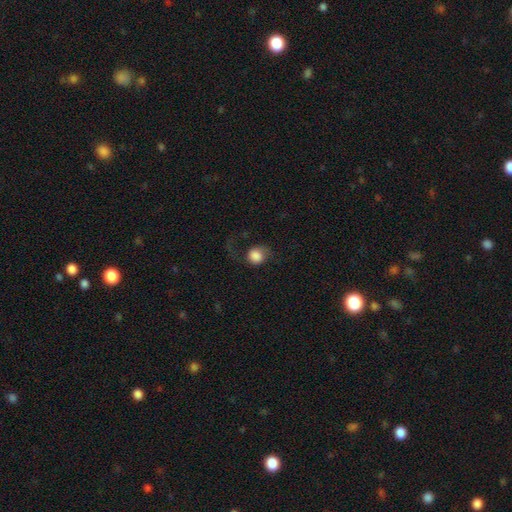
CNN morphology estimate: This is likely a smooth galaxy (73%). How rounded: likely round (74%). Merging: possibly none (46%).